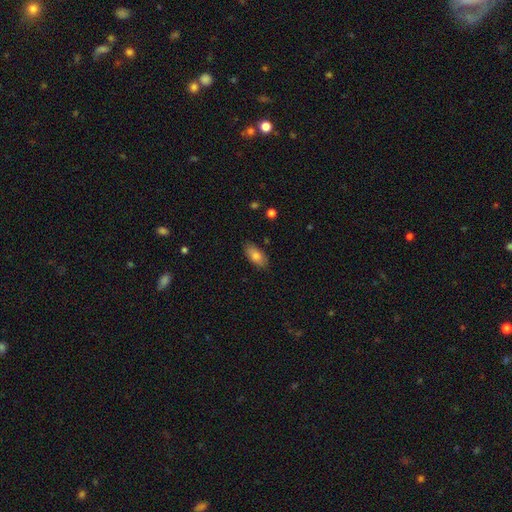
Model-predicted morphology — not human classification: type=smooth (81%); roundness=in between (90%); merging=none (85%).